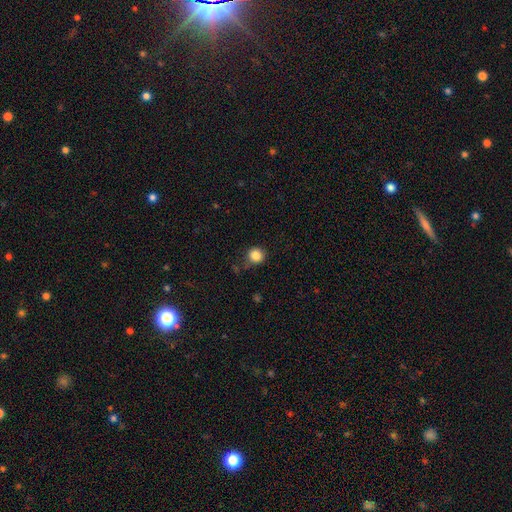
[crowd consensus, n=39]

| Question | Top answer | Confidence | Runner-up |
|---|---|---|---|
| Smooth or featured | smooth | 92% | star or artifact (5%) |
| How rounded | round | 89% | in between (11%) |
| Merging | none | 92% | major disturbance (5%) |